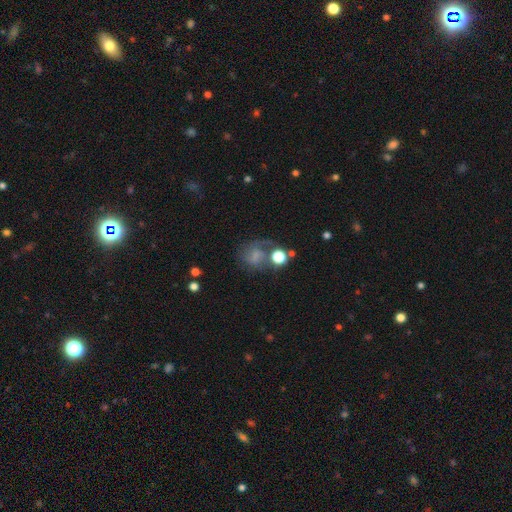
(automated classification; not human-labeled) The model was most divided on "merging": none: 37%, major disturbance: 30%, minor disturbance: 19%, merger: 14%. Remaining: smooth or featured — smooth (49%).